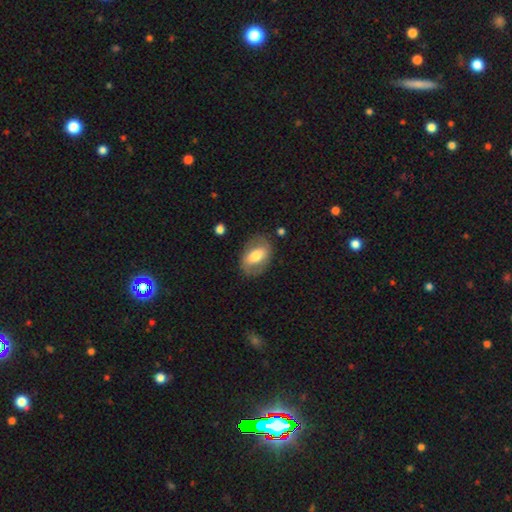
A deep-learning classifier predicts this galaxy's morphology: A smooth galaxy with no disk features (55%) that is in between round and cigar-shaped (85%).

Vote fractions:
- Smooth or featured? smooth: 55% / featured or disk: 38% / star or artifact: 6%
- How rounded? in between: 85% / round: 12% / cigar-shaped: 2%
- Merging? none: 76% / minor disturbance: 16% / major disturbance: 7% / merger: 2%